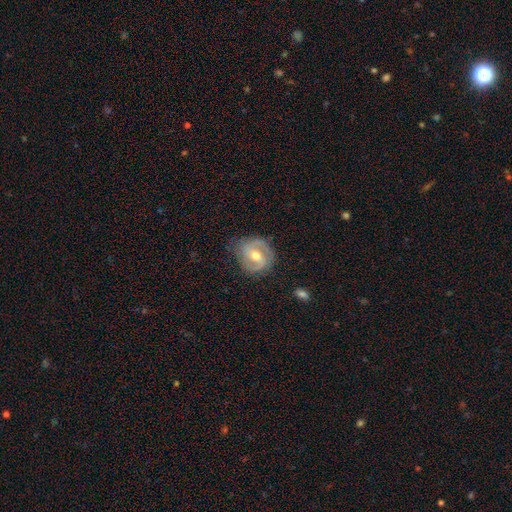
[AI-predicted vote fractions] A featured or disk galaxy (79%) with a weak bar (46%), 2 (84%) medium (48%) spiral arms (90%) and a moderate central bulge (76%). Merging: none (74%).